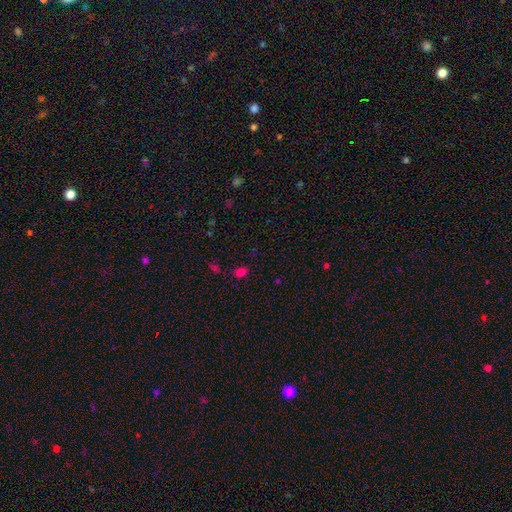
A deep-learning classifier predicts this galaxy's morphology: Smooth or featured: smooth — 54% (star or artifact — 40%)
How rounded: in between — 57% (round — 40%)
Merging: none — 78% (minor disturbance — 12%)